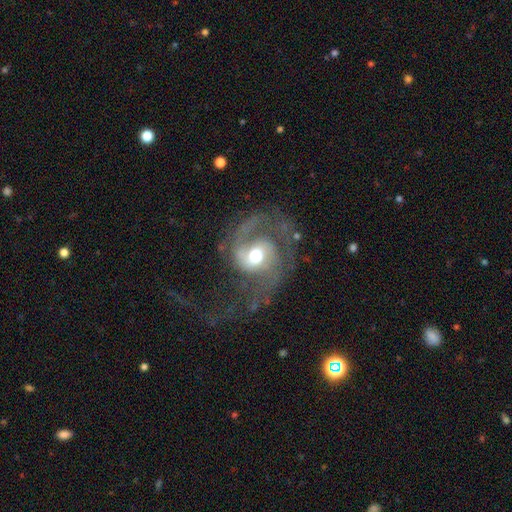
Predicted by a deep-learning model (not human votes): Smooth or featured?
  - featured or disk: 80% *
  - smooth: 13%
  - star or artifact: 7%
Edge-on disk?
  - no: 98% *
  - yes: 2%
Bar?
  - no: 57% *
  - weak: 33%
  - strong: 10%
Spiral arms?
  - yes: 93% *
  - no: 7%
Spiral winding?
  - medium: 47% *
  - loose: 31%
  - tight: 22%
Spiral arm count?
  - 2: 56% *
  - 1: 25%
  - can't tell: 9%
  - 3: 6%
  - 4: 2%
  - more than 4: 2%
Bulge size?
  - moderate: 64% *
  - large: 23%
  - small: 8%
  - dominant: 2%
  - none: 1%
Merging?
  - none: 50% *
  - major disturbance: 30%
  - minor disturbance: 17%
  - merger: 3%